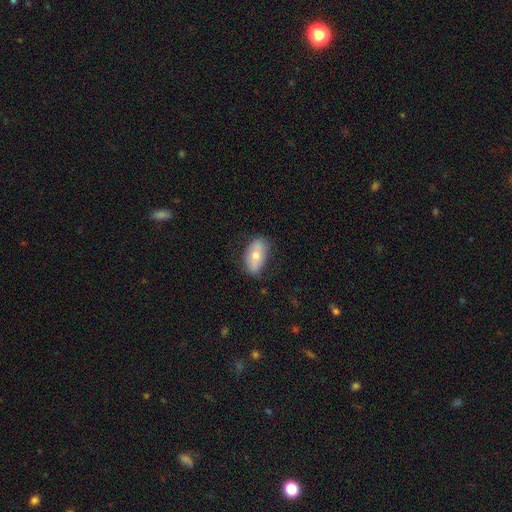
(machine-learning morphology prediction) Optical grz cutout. It shows a smooth galaxy with no disk features (63%) that is in between round and cigar-shaped (88%). Merging: none (74%).